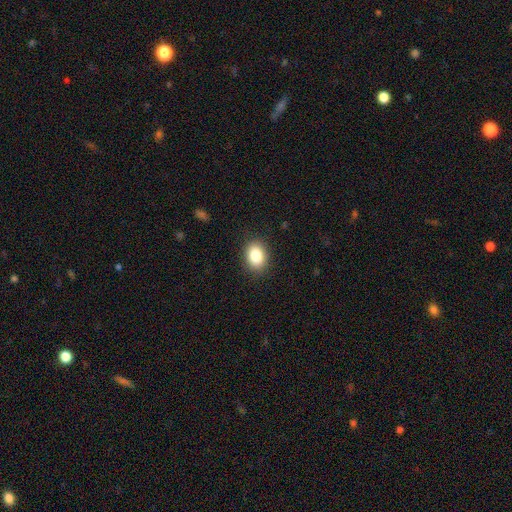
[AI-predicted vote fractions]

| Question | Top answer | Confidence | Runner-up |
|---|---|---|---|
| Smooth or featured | smooth | 84% | star or artifact (9%) |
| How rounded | in between | 69% | round (30%) |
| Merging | none | 88% | minor disturbance (9%) |